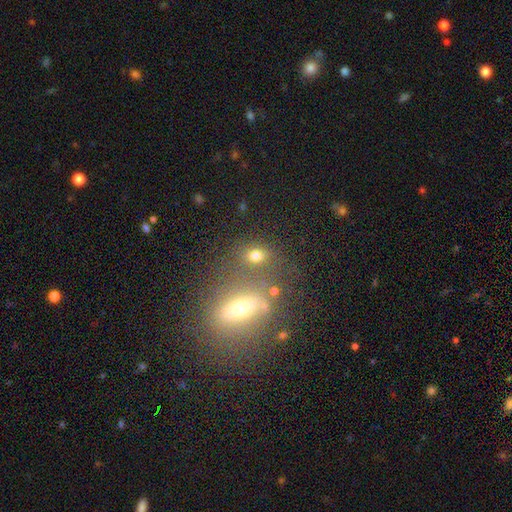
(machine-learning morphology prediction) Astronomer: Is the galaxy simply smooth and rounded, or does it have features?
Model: smooth — 70%.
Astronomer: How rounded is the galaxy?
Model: in between — 57% (runner-up: round, 39%).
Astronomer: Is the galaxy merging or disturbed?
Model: none — 67%.